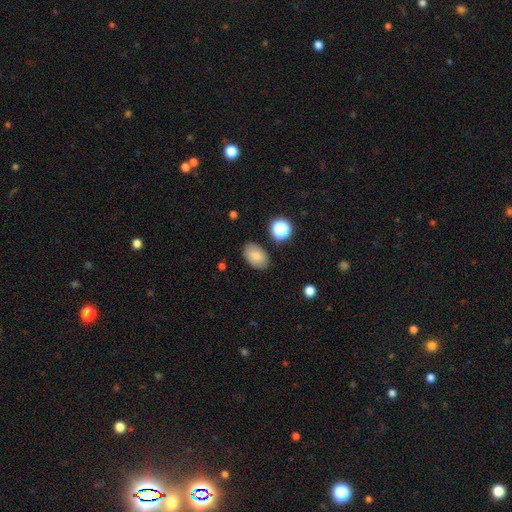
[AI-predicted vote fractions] A smooth galaxy with no disk features (83%) that is in between round and cigar-shaped (88%).

Vote fractions:
- Smooth or featured? smooth: 83% / star or artifact: 9% / featured or disk: 8%
- How rounded? in between: 88% / round: 11% / cigar-shaped: 1%
- Merging? none: 83% / minor disturbance: 12% / major disturbance: 3% / merger: 2%